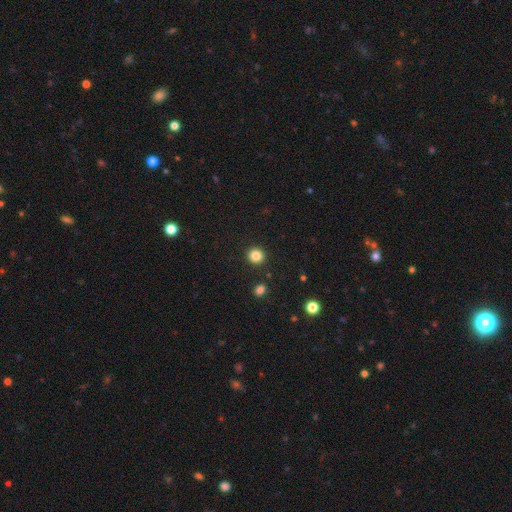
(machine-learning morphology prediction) A smooth galaxy with no disk features (84%) that is round (89%). Merging: none (90%).